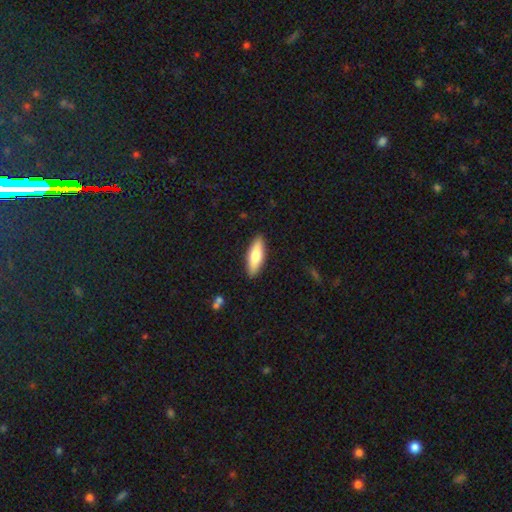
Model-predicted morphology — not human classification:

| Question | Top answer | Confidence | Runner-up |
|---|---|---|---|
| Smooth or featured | smooth | 73% | featured or disk (22%) |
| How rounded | in between | 51% | cigar-shaped (47%) |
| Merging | none | 89% | minor disturbance (8%) |